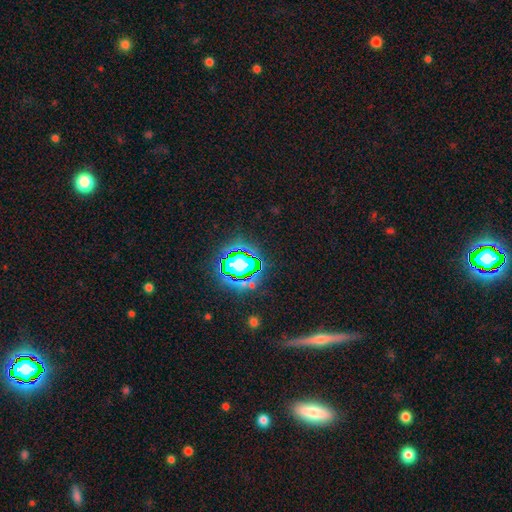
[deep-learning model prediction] Smooth or featured? Predicted: star or artifact (p=0.69).